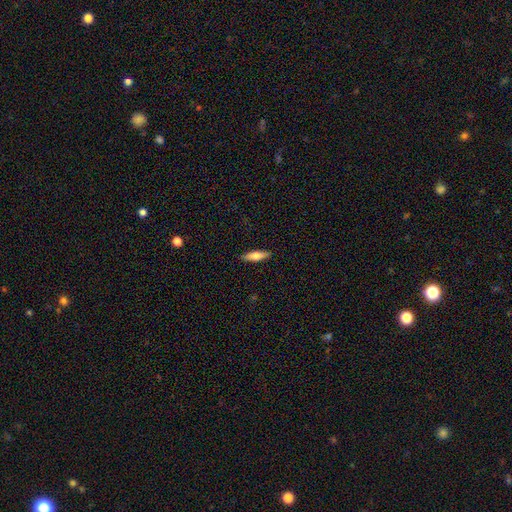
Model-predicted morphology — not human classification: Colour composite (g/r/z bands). It shows a smooth galaxy with no disk features (67%) that is cigar-shaped (58%). Merging: none (89%).